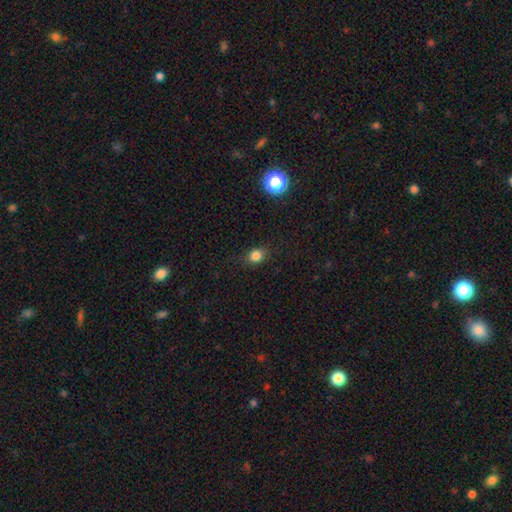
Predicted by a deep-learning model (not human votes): Smooth or featured: smooth — 82% (star or artifact — 13%)
How rounded: round — 65% (in between — 34%)
Merging: none — 85% (minor disturbance — 11%)